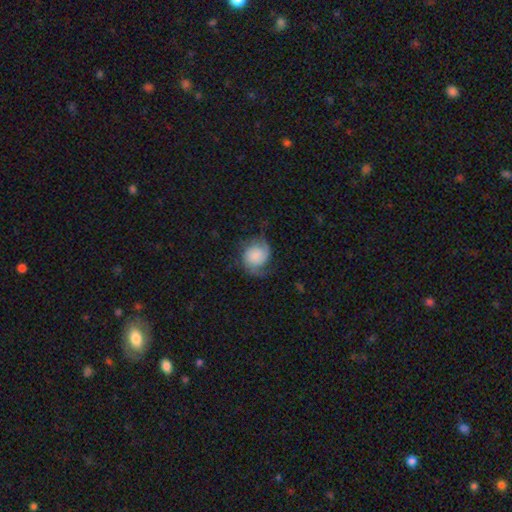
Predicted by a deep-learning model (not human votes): Smooth or featured: featured or disk — 61% (smooth — 31%)
Edge-on disk: no — 98% (yes — 2%)
Bar: no — 76% (weak — 20%)
Spiral arms: yes — 93% (no — 7%)
Spiral winding: medium — 41% (loose — 36%)
Spiral arm count: 2 — 84% (can't tell — 5%)
Bulge size: none — 28% (small — 22%)
Merging: none — 60% (minor disturbance — 23%)